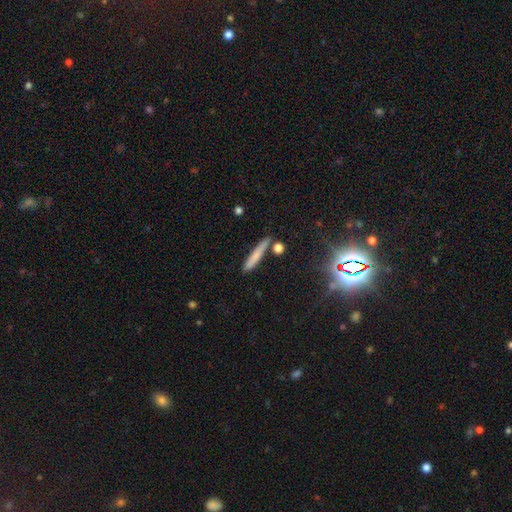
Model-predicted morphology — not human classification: type=smooth (72%); roundness=cigar-shaped (93%); merging=none (79%).